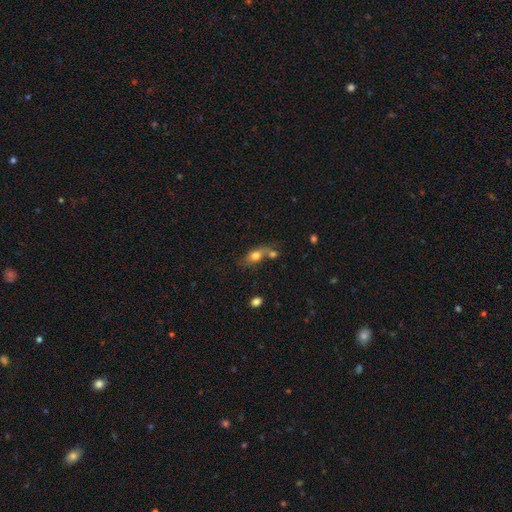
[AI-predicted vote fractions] Smooth or featured?
  - smooth: 69% *
  - featured or disk: 21%
  - star or artifact: 10%
How rounded?
  - in between: 71% *
  - round: 19%
  - cigar-shaped: 10%
Merging?
  - none: 40% *
  - merger: 38%
  - minor disturbance: 15%
  - major disturbance: 8%